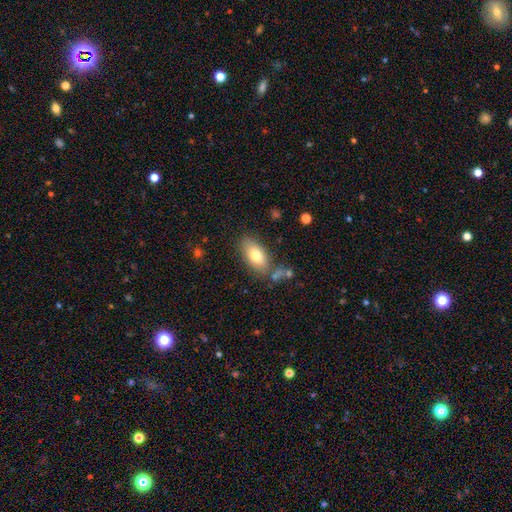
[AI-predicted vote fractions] Smooth or featured?
  - smooth: 76% *
  - featured or disk: 17%
  - star or artifact: 7%
How rounded?
  - in between: 90% *
  - cigar-shaped: 6%
  - round: 4%
Merging?
  - none: 74% *
  - minor disturbance: 15%
  - merger: 6%
  - major disturbance: 5%